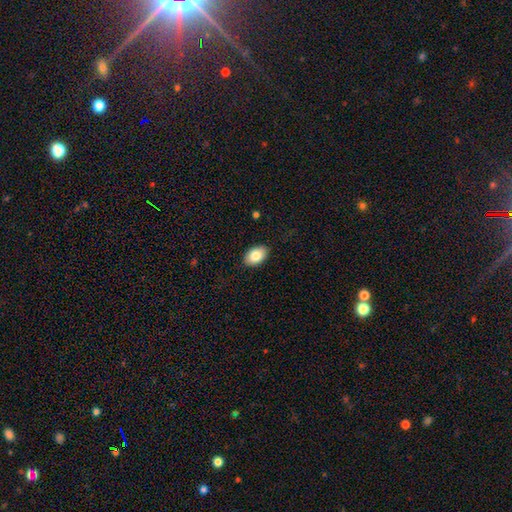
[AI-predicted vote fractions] This is clearly a smooth galaxy (84%). How rounded: clearly in between (91%). Merging: clearly none (89%).